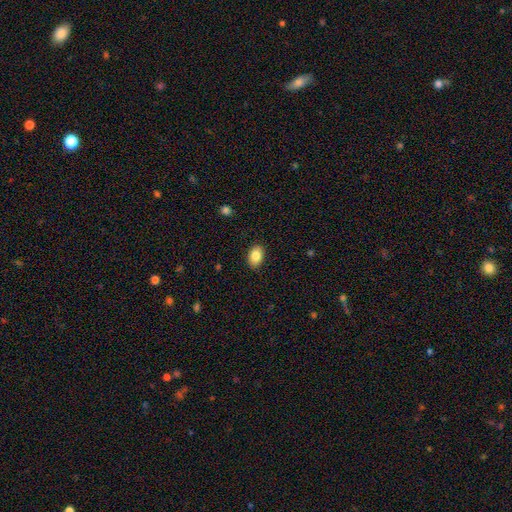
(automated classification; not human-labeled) The model was most divided on "how rounded": in between: 83%, round: 15%, cigar-shaped: 1%. More confident: merging — none (89%); smooth or featured — smooth (86%).